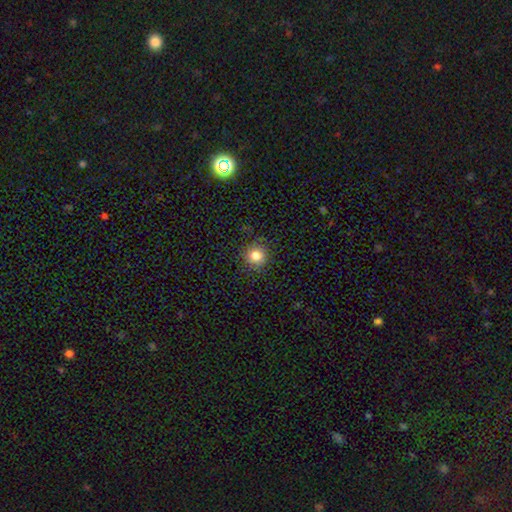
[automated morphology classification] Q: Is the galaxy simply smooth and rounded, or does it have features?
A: smooth — 82%.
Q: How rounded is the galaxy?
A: round — 92%.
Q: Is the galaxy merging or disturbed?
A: none — 88%.